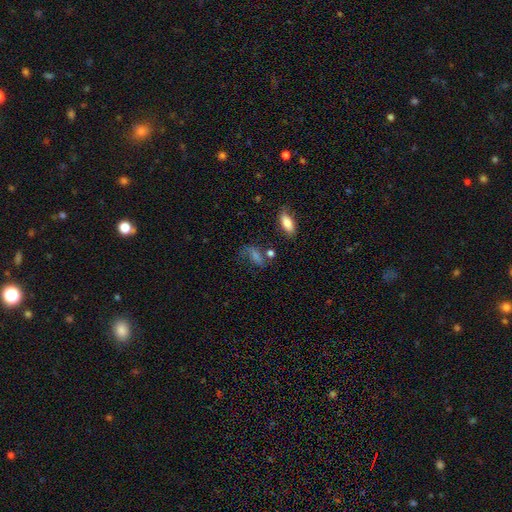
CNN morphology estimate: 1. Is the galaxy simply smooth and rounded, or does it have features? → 40% featured or disk, 38% smooth, 22% star or artifact.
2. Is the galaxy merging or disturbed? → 55% none, 20% minor disturbance, 17% major disturbance, 8% merger.